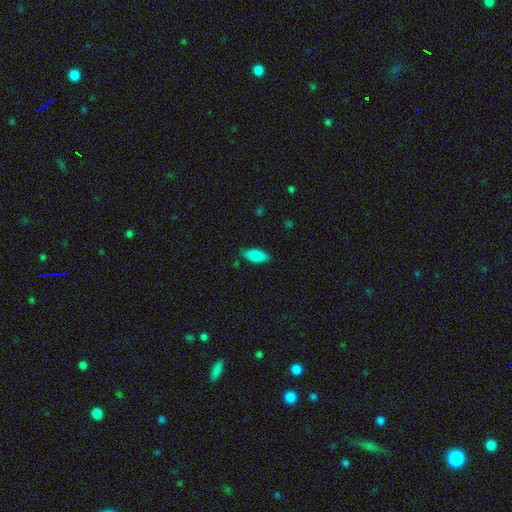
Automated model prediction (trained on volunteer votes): Smooth or featured? smooth (82%)
How rounded? in between (80%)
Merging? none (86%)